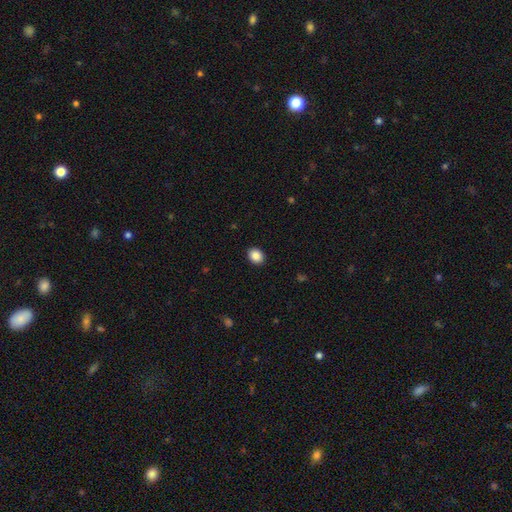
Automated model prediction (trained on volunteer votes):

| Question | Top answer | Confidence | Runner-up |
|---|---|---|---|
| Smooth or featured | smooth | 88% | star or artifact (9%) |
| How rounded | in between | 53% | round (46%) |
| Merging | none | 91% | minor disturbance (6%) |